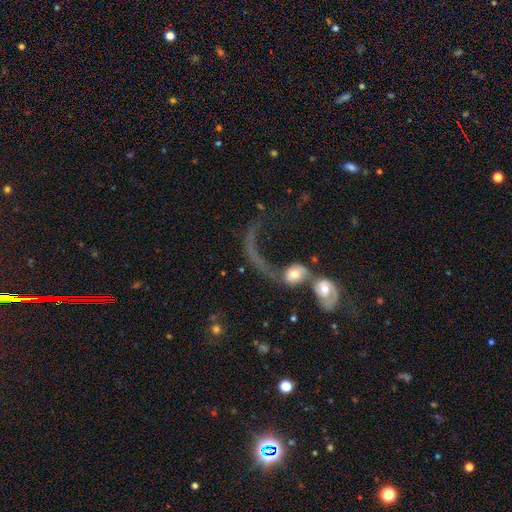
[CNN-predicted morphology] smooth-or-featured: featured or disk: 56% | smooth: 28% | star or artifact: 15%
  disk-edge-on: no: 91% | yes: 9%
    bar: no: 69% | weak: 22% | strong: 9%
    has-spiral-arms: yes: 63% | no: 37%
    bulge-size: moderate: 37% | small: 31% | none: 15% | large: 12% | dominant: 6%
  merging: merger: 55% | major disturbance: 24% | none: 14% | minor disturbance: 7%